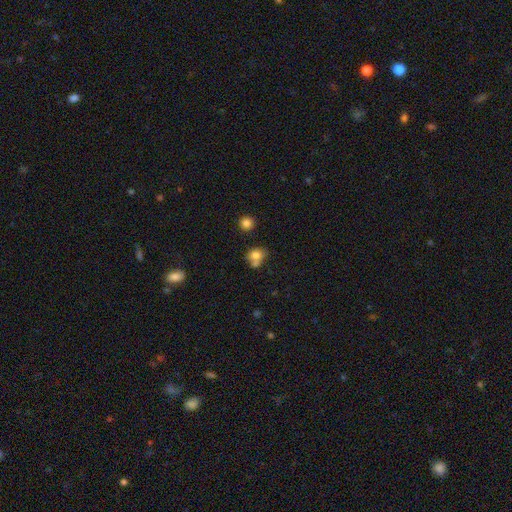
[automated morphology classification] A smooth galaxy with no disk features (77%) that is round (60%). Merging: none (44%).